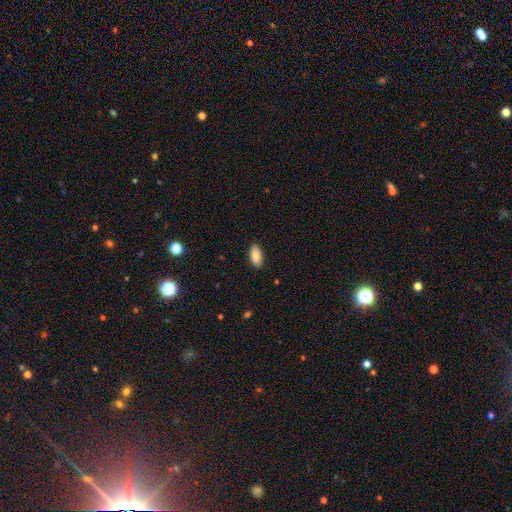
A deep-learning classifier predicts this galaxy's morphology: A smooth galaxy with no disk features (86%) that is in between round and cigar-shaped (92%). Merging: none (88%).